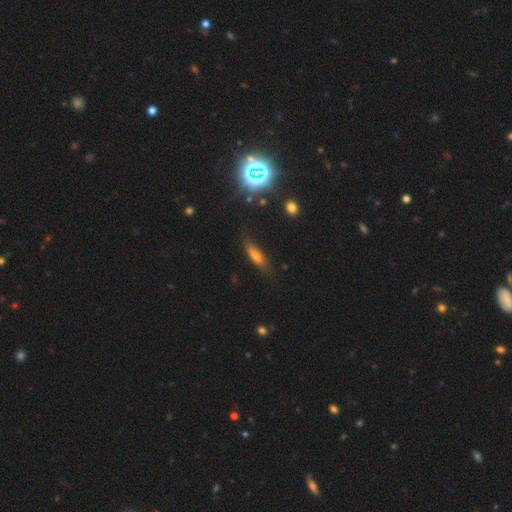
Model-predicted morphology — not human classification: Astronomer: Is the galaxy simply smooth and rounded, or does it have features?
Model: smooth — 56%.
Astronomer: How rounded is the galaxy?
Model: cigar-shaped — 60% (runner-up: in between, 37%).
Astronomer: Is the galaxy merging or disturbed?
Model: none — 78%.